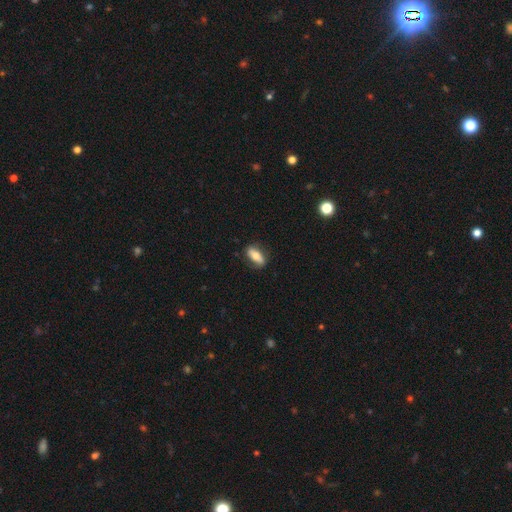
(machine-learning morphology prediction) A smooth galaxy with no disk features (64%) that is in between round and cigar-shaped (75%).

Vote fractions:
- Smooth or featured? smooth: 64% / featured or disk: 29% / star or artifact: 7%
- How rounded? in between: 75% / cigar-shaped: 21% / round: 4%
- Merging? none: 78% / minor disturbance: 16% / major disturbance: 4% / merger: 1%